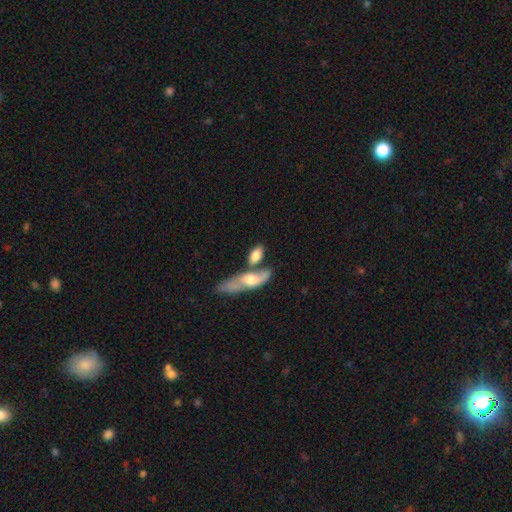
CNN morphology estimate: This is likely a smooth galaxy (68%). How rounded: likely in between (79%). Merging: marginally none (42%).